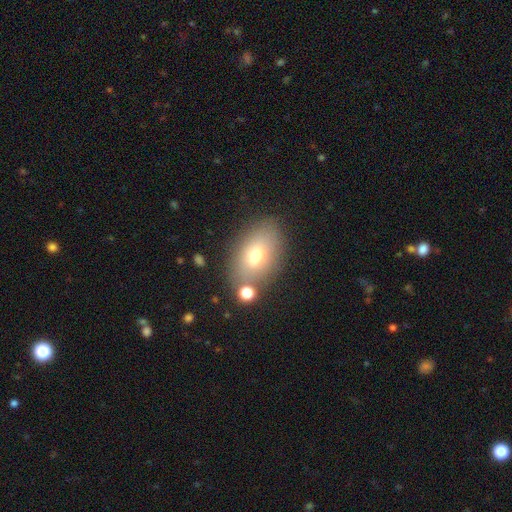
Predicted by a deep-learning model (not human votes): smooth 72%, featured or disk 18%, star or artifact 10%. Down the decision tree: how rounded — in between (87%); merging — none (74%).